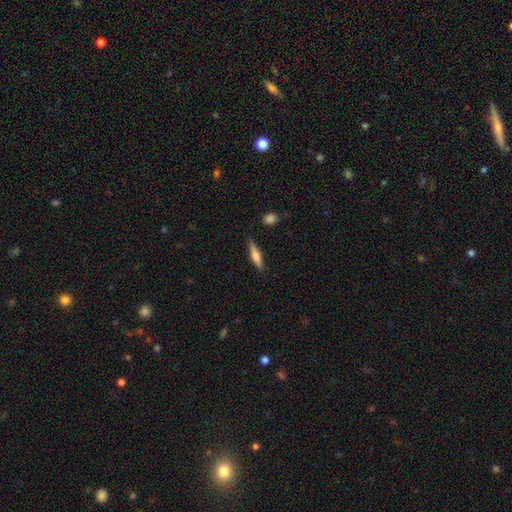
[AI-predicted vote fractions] Morphology: type=smooth (60%); roundness=cigar-shaped (77%); merging=none (85%).